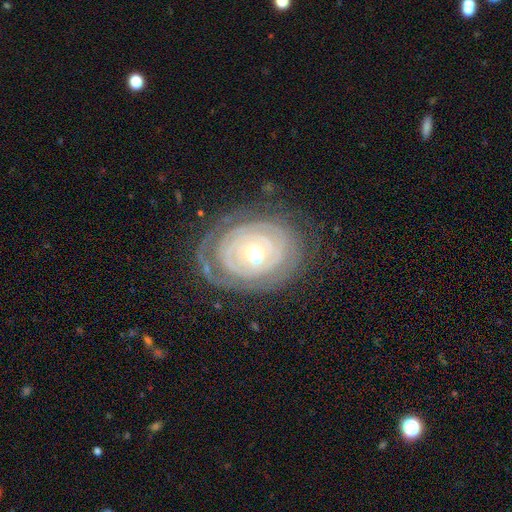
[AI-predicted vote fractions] Smooth or featured? featured or disk (82%)
Edge-on disk? no (96%)
Bar? no (67%)
Spiral arms? yes (83%)
Spiral winding? tight (81%)
Spiral arm count? can't tell (42%)
Bulge size? moderate (64%)
Merging? none (67%)